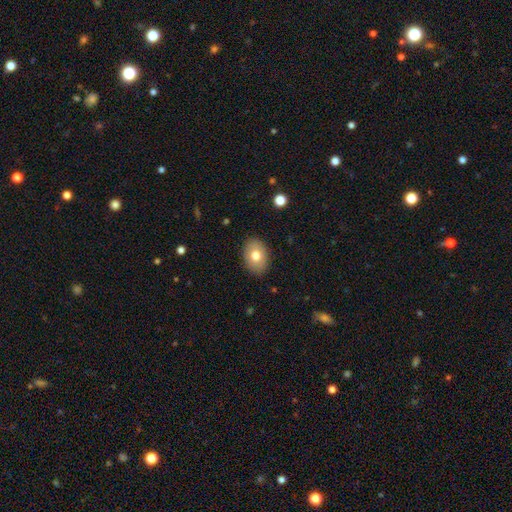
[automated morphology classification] smooth_or_featured: smooth (p=0.75) [alt: featured or disk p=0.17]
how_rounded: in between (p=0.79) [alt: round p=0.20]
merging: none (p=0.88) [alt: minor disturbance p=0.09]